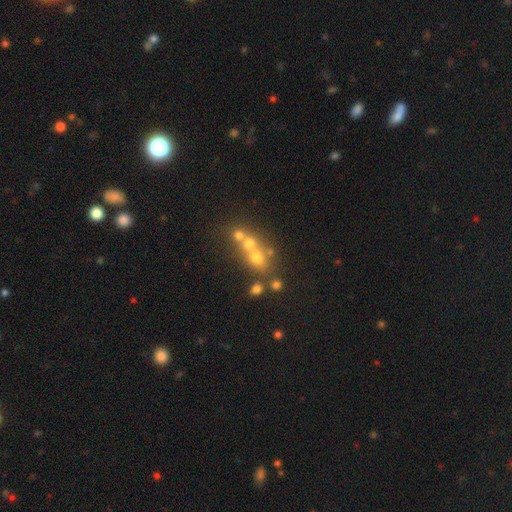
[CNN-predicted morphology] Smooth or featured? smooth (50%)
Merging? merger (51%)